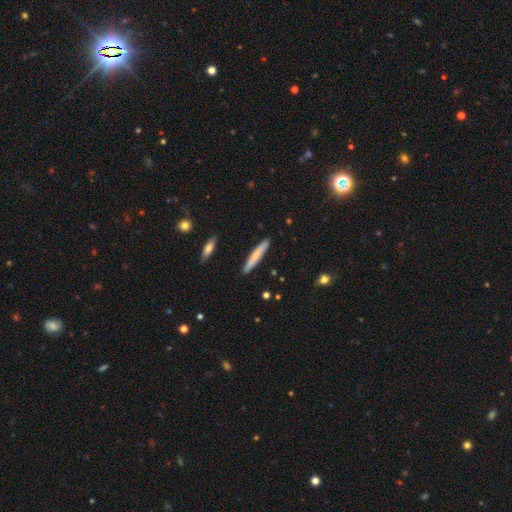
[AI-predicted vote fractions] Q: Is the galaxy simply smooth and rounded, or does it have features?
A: smooth — 73%.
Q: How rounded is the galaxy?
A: cigar-shaped — 95%.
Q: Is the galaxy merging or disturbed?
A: none — 90%.